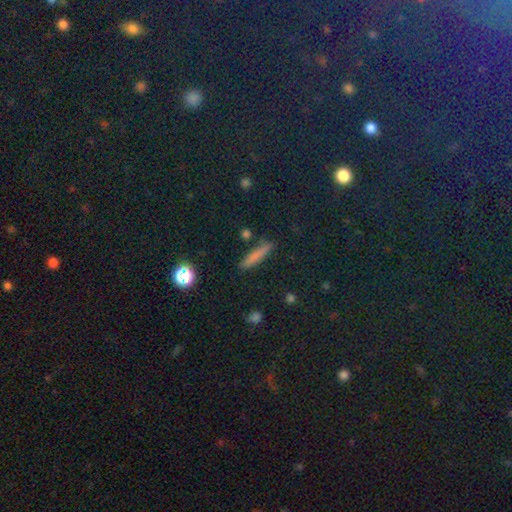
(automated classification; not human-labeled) The model was most divided on "smooth or featured": smooth: 72%, featured or disk: 15%, star or artifact: 13%. More confident: how rounded — cigar-shaped (88%); merging — none (85%).